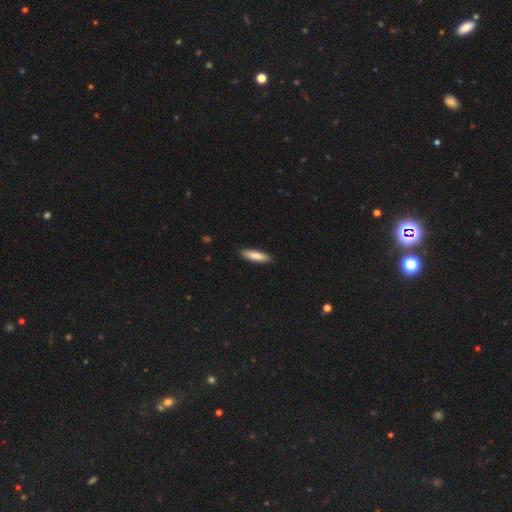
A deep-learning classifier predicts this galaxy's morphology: smooth_or_featured: smooth (p=0.85) [alt: featured or disk p=0.10]
how_rounded: cigar-shaped (p=0.64) [alt: in between p=0.35]
merging: none (p=0.90) [alt: minor disturbance p=0.08]